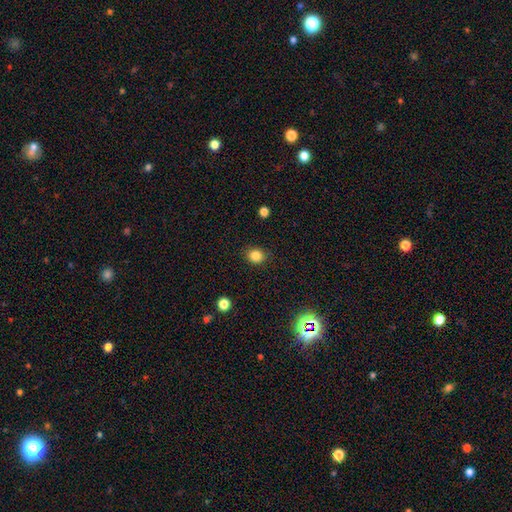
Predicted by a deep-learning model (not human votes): Morphology: type=smooth (83%); roundness=round (74%); merging=none (88%).